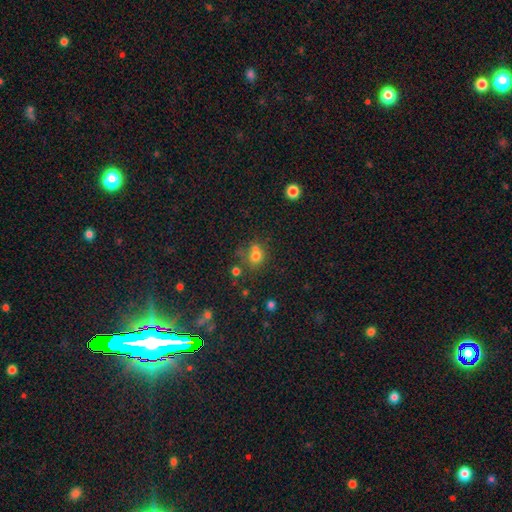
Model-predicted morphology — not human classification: Overall: smooth (70%). How rounded: round (72%). Merging: none (48%; merger 30%).